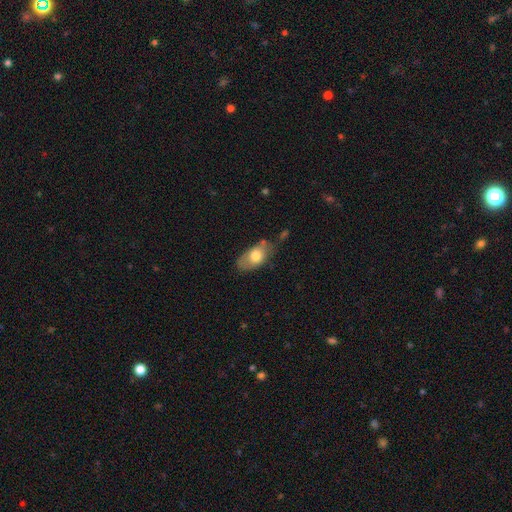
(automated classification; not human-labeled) Smooth or featured? smooth (71%)
How rounded? in between (90%)
Merging? none (56%)